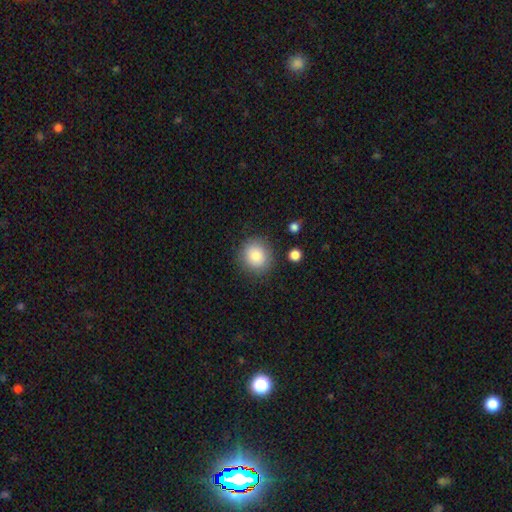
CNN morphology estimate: smooth 85%, star or artifact 8%, featured or disk 7%. Down the decision tree: how rounded — round (85%); merging — none (85%).